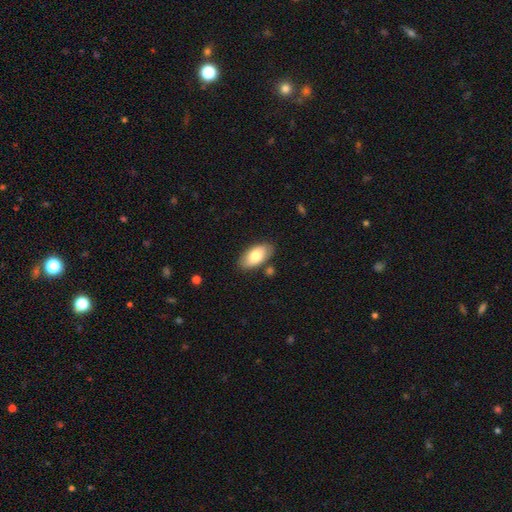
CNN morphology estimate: smooth_or_featured: smooth (p=0.78) [alt: featured or disk p=0.16]
how_rounded: in between (p=0.94) [alt: cigar-shaped p=0.03]
merging: none (p=0.82) [alt: minor disturbance p=0.11]